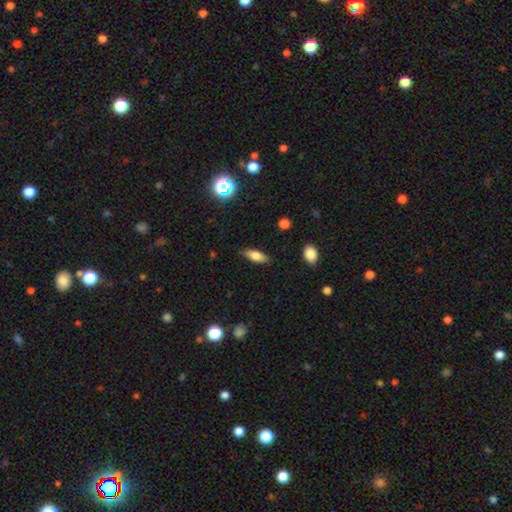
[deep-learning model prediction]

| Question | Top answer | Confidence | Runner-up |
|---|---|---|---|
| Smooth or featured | smooth | 70% | featured or disk (21%) |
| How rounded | in between | 68% | cigar-shaped (29%) |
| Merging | none | 85% | minor disturbance (11%) |